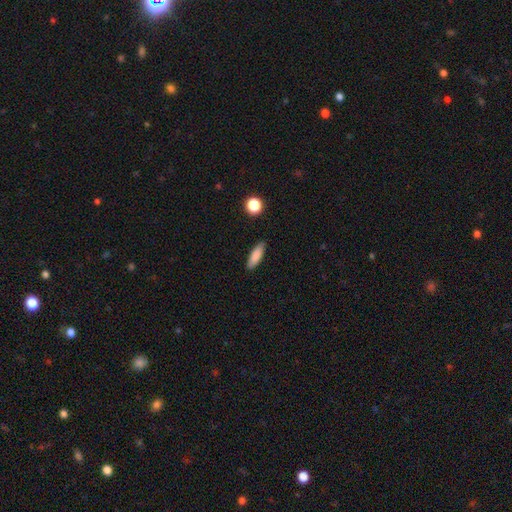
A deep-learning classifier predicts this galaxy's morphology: Smooth or featured: smooth — 85% (featured or disk — 8%)
How rounded: cigar-shaped — 49% (tied with in between — 49%)
Merging: none — 86% (minor disturbance — 10%)